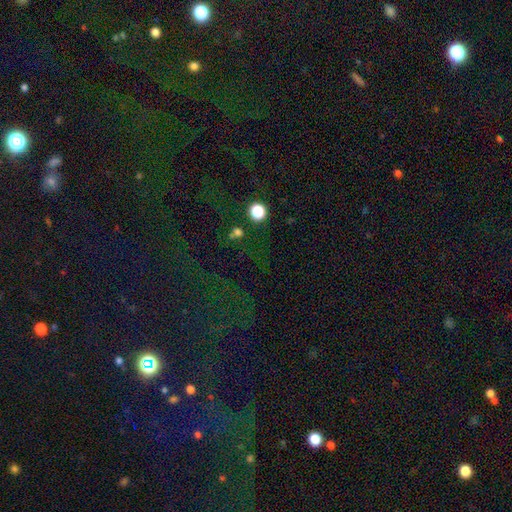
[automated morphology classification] This is likely a star or artifact rather than a galaxy (73%).